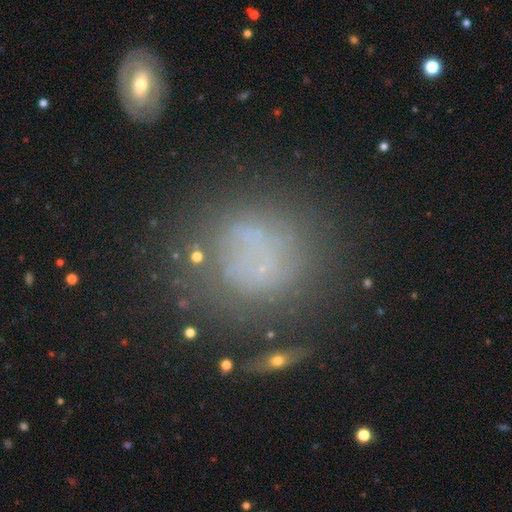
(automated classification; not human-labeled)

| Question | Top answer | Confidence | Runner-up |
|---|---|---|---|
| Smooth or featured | smooth | 47% | featured or disk (31%) |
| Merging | none | 59% | minor disturbance (19%) |